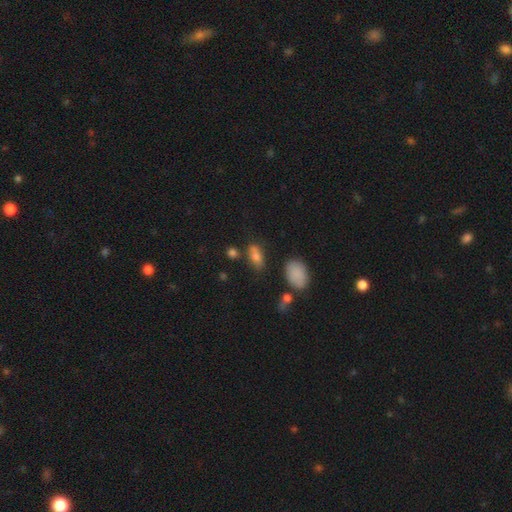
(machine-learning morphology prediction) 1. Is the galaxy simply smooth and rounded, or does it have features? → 78% smooth, 11% star or artifact, 11% featured or disk.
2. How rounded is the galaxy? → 84% in between, 9% cigar-shaped, 7% round.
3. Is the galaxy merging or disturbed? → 66% none, 19% minor disturbance, 9% merger, 6% major disturbance.